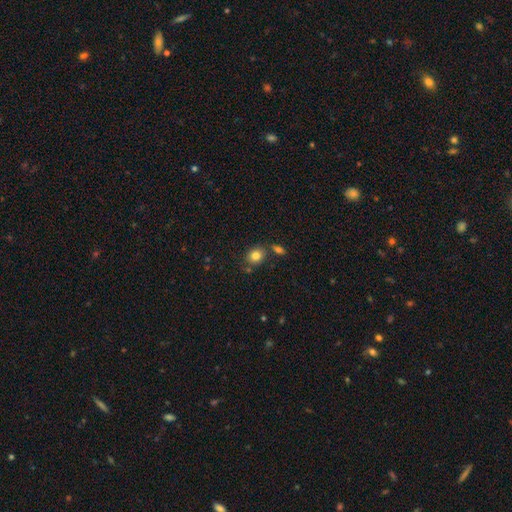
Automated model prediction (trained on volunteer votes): Morphology: type=smooth (81%); roundness=round (66%); merging=none (73%).